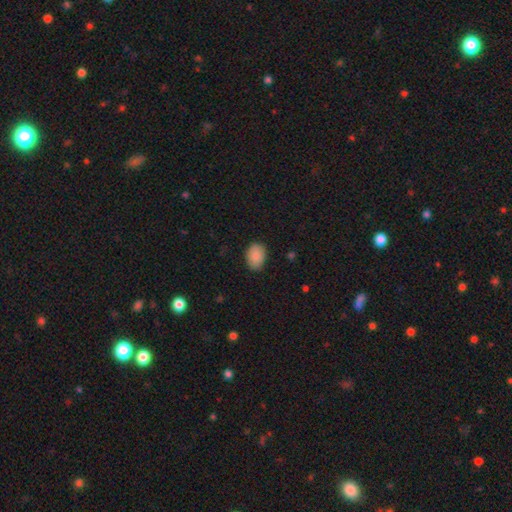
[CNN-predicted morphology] smooth 88%, star or artifact 7%, featured or disk 5%. Down the decision tree: how rounded — in between (81%); merging — none (83%).